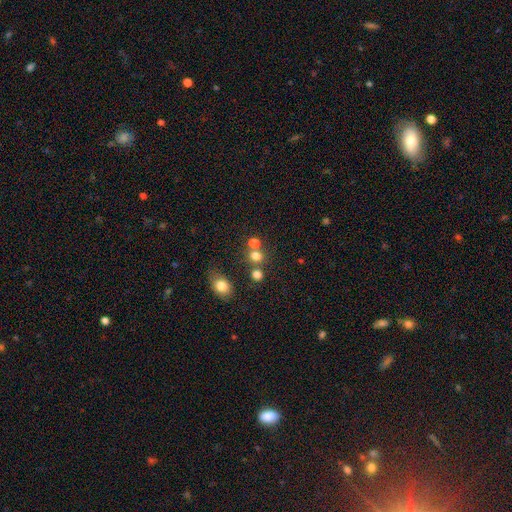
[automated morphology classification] Smooth or featured? smooth (75%)
How rounded? round (81%)
Merging? none (58%)